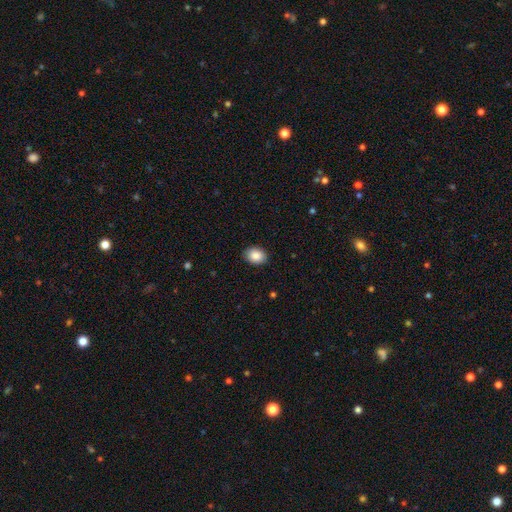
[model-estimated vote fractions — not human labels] Overall: smooth (88%). How rounded: in between (63%; round 37%). Merging: none (88%).